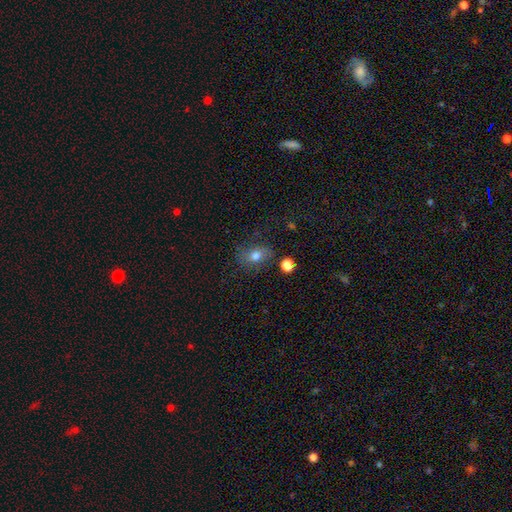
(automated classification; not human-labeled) smooth 72%, featured or disk 16%, star or artifact 12%. Down the decision tree: how rounded — in between (67%); merging — none (68%).